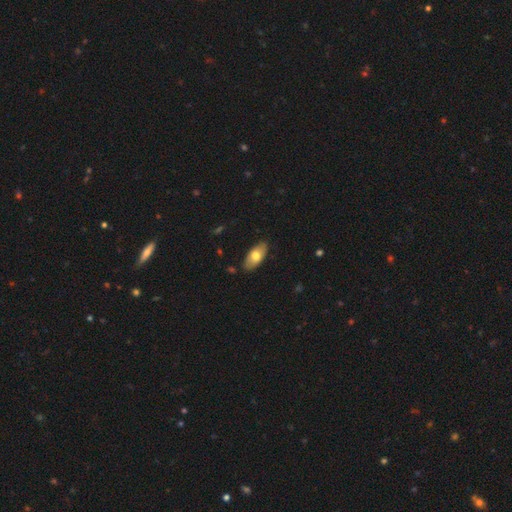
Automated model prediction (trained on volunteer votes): A smooth galaxy with no disk features (71%) that is in between round and cigar-shaped (90%).

Vote fractions:
- Smooth or featured? smooth: 71% / featured or disk: 23% / star or artifact: 6%
- How rounded? in between: 90% / cigar-shaped: 8% / round: 2%
- Merging? none: 86% / minor disturbance: 11% / major disturbance: 2% / merger: 1%